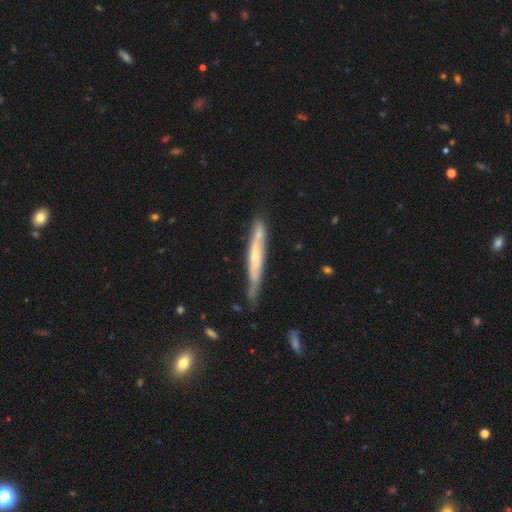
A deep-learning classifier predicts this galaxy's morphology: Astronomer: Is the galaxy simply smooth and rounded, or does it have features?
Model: featured or disk — 63%.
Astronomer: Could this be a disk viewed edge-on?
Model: yes — 84%.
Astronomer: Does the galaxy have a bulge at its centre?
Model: none — 50% (runner-up: rounded, 42%).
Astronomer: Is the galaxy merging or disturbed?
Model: none — 68%.